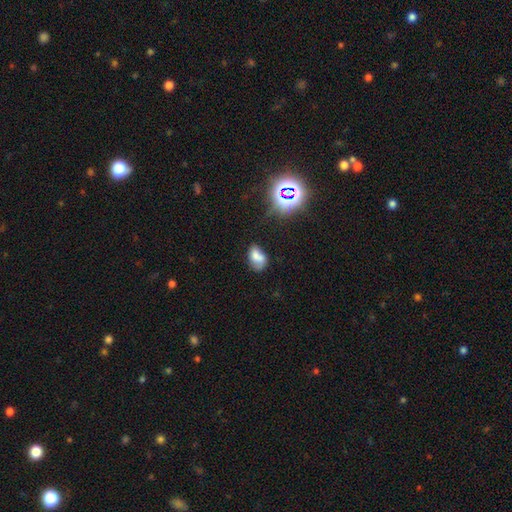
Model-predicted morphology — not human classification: This appears to be a smooth galaxy with no disk features (64%) that is in between round and cigar-shaped (86%). Merging: none (41%).